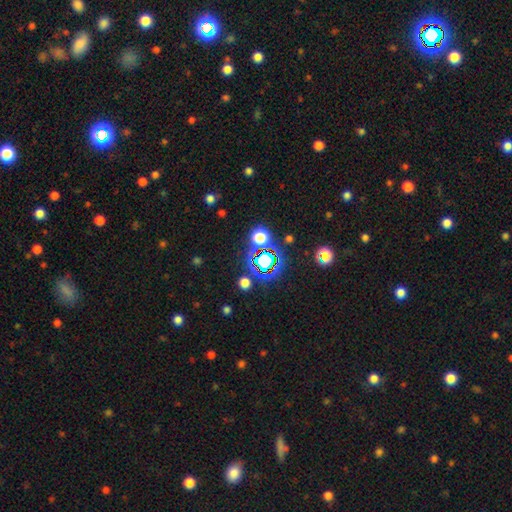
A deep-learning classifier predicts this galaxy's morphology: Smooth or featured?
  - star or artifact: 75% *
  - smooth: 17%
  - featured or disk: 8%